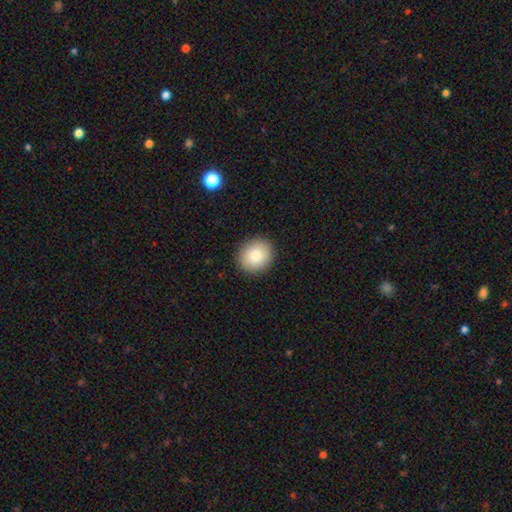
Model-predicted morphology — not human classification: Q: Smooth or featured?
A: smooth (85%); runner-up: star or artifact (8%)
Q: How rounded?
A: round (78%); runner-up: in between (21%)
Q: Merging?
A: none (91%); runner-up: minor disturbance (6%)